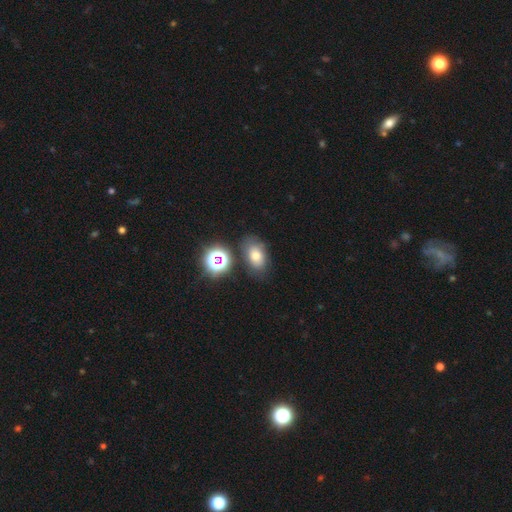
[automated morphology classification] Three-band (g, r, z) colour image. It shows a smooth galaxy with no disk features (67%) that is in between round and cigar-shaped (81%). Merging: none (73%).